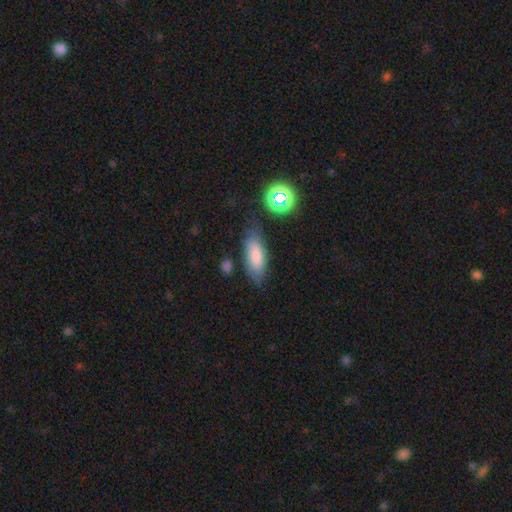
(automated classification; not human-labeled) Smooth or featured: smooth — 76% (featured or disk — 14%)
How rounded: in between — 72% (cigar-shaped — 25%)
Merging: none — 72% (minor disturbance — 19%)